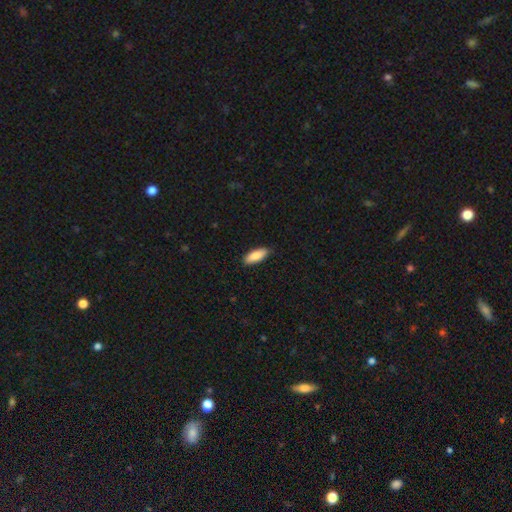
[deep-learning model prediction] smooth_or_featured: smooth (p=0.88) [alt: featured or disk p=0.06]
how_rounded: in between (p=0.71) [alt: cigar-shaped p=0.27]
merging: none (p=0.89) [alt: minor disturbance p=0.09]